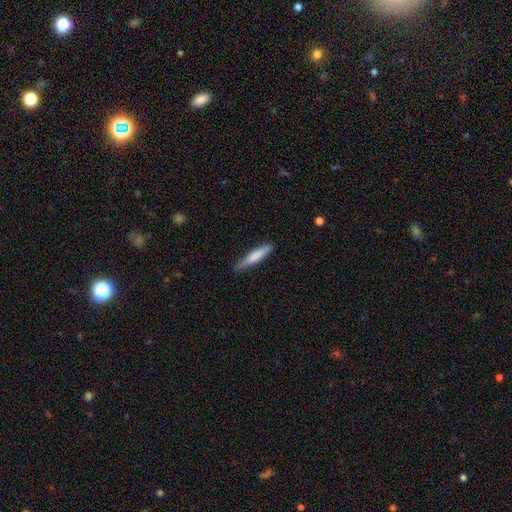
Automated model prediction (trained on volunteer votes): This is likely a smooth galaxy (75%). How rounded: clearly cigar-shaped (90%). Merging: likely none (77%).